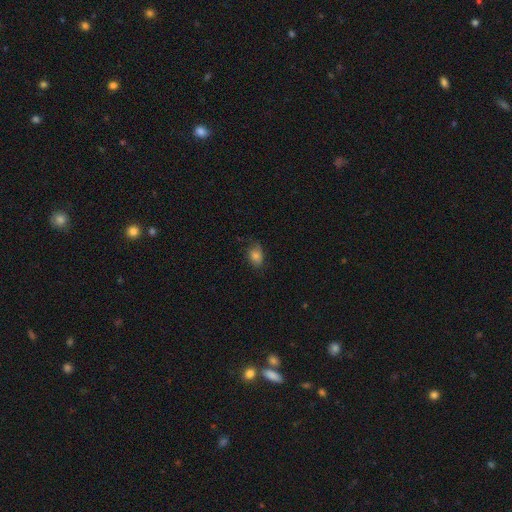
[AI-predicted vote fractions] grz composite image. It shows a smooth galaxy with no disk features (80%) that is in between round and cigar-shaped (72%). Merging: none (66%).